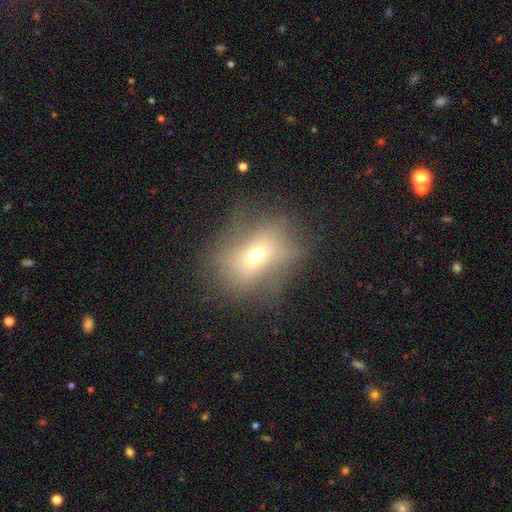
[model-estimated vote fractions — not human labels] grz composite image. It shows a smooth galaxy with no disk features (52%) that is in between round and cigar-shaped (49%). Merging: none (58%).